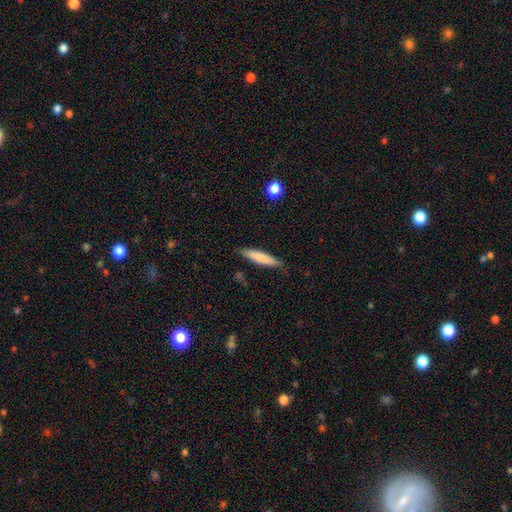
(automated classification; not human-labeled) smooth_or_featured: smooth (p=0.73) [alt: featured or disk p=0.21]
how_rounded: cigar-shaped (p=0.90) [alt: in between p=0.09]
merging: none (p=0.87) [alt: minor disturbance p=0.10]